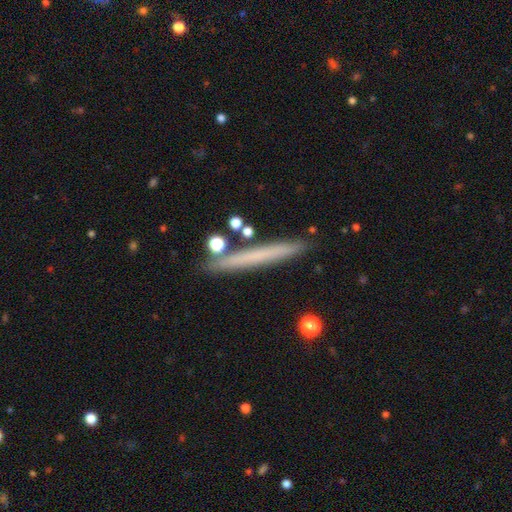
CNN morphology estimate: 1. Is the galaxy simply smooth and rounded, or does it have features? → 52% smooth, 39% featured or disk, 9% star or artifact.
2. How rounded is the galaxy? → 96% cigar-shaped, 3% in between, 2% round.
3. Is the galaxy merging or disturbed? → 85% none, 9% minor disturbance, 4% merger, 2% major disturbance.